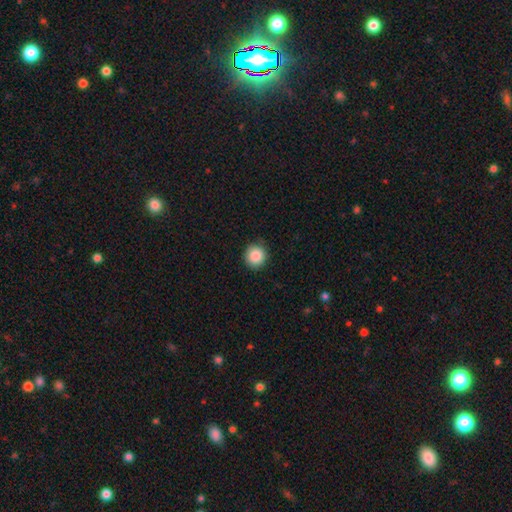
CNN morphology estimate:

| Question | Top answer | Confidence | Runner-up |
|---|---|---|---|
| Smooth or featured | smooth | 88% | star or artifact (9%) |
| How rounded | round | 92% | in between (7%) |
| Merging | none | 89% | minor disturbance (8%) |